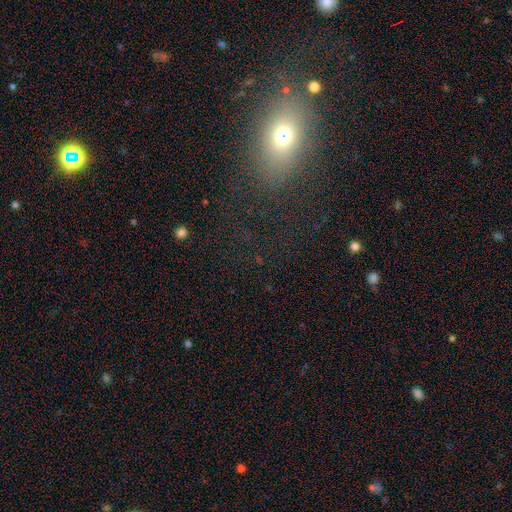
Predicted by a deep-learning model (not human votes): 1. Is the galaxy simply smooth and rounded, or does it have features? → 58% smooth, 25% star or artifact, 18% featured or disk.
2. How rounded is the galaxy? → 68% in between, 27% round, 5% cigar-shaped.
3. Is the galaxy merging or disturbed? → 70% none, 14% minor disturbance, 13% major disturbance, 3% merger.